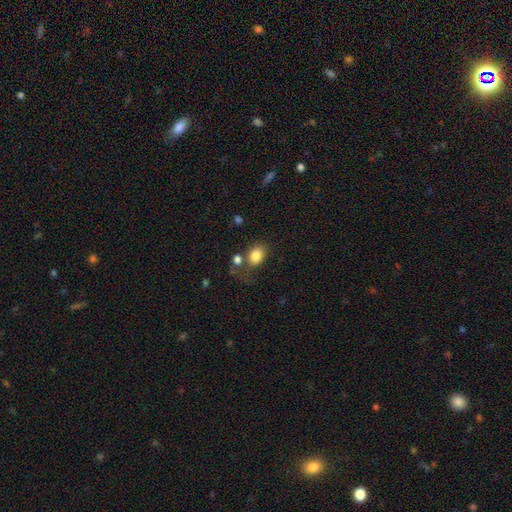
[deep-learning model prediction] Smooth or featured?
  - smooth: 83% *
  - star or artifact: 9%
  - featured or disk: 8%
How rounded?
  - in between: 62% *
  - round: 37%
  - cigar-shaped: 1%
Merging?
  - none: 56% *
  - minor disturbance: 17%
  - merger: 16%
  - major disturbance: 11%